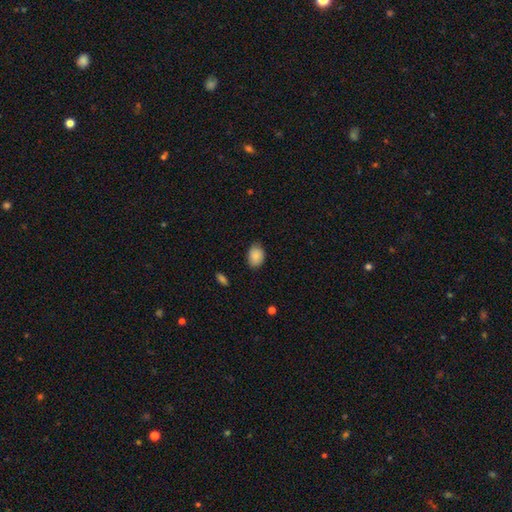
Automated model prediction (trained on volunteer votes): Overall: smooth (87%). How rounded: in between (74%). Merging: none (77%).